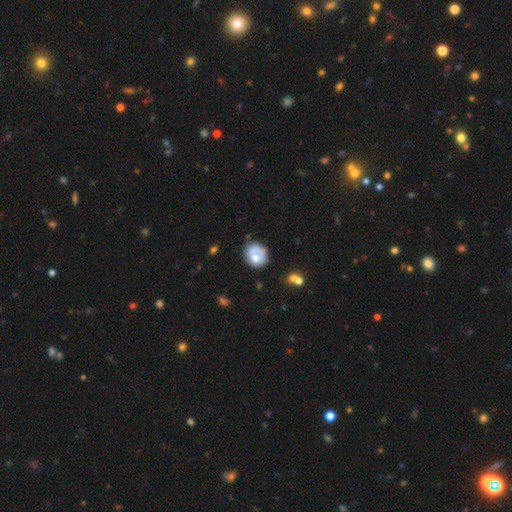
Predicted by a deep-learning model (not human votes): Smooth or featured? smooth (59%)
How rounded? round (68%)
Merging? none (51%)